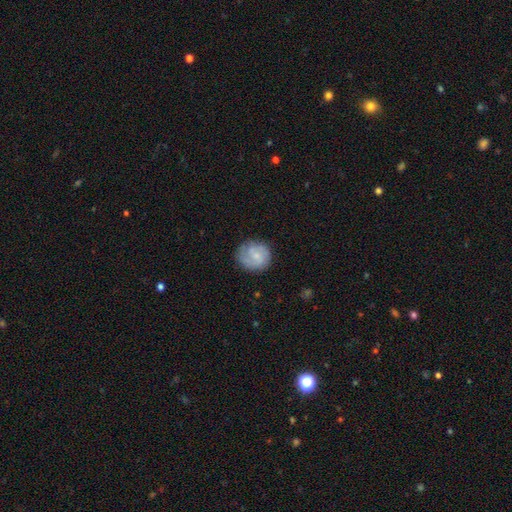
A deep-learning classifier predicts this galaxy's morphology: type=featured or disk (52%); edge-on=no (98%); bar=no (59%); spiral arms=yes (87%); bulge=small (53%); merging=none (75%).